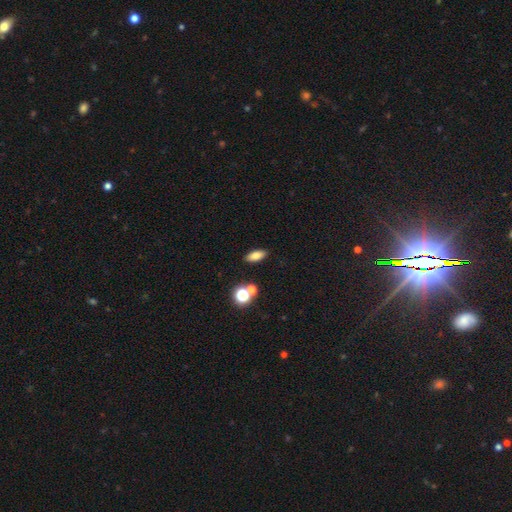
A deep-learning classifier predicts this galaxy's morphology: Overall: smooth (77%). How rounded: in between (75%). Merging: none (86%).